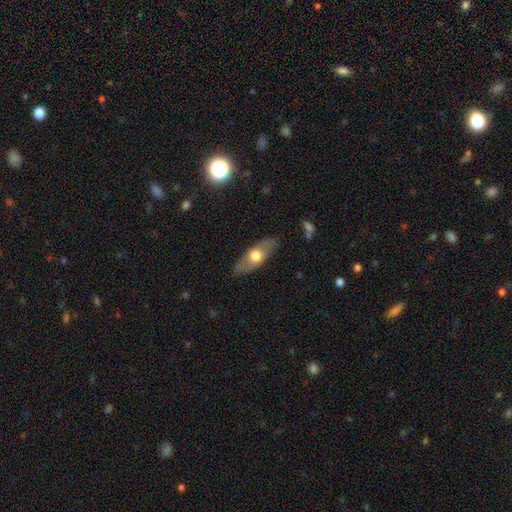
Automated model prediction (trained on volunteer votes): A smooth galaxy with no disk features (53%) that is in between round and cigar-shaped (66%).

Vote fractions:
- Smooth or featured? smooth: 53% / featured or disk: 42% / star or artifact: 5%
- How rounded? in between: 66% / cigar-shaped: 30% / round: 4%
- Merging? none: 85% / minor disturbance: 11% / major disturbance: 2% / merger: 1%